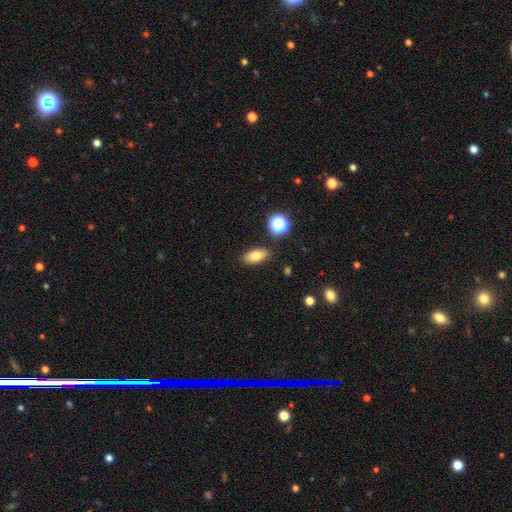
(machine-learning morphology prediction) Smooth or featured: smooth — 79% (featured or disk — 11%)
How rounded: in between — 83% (cigar-shaped — 11%)
Merging: none — 85% (minor disturbance — 9%)